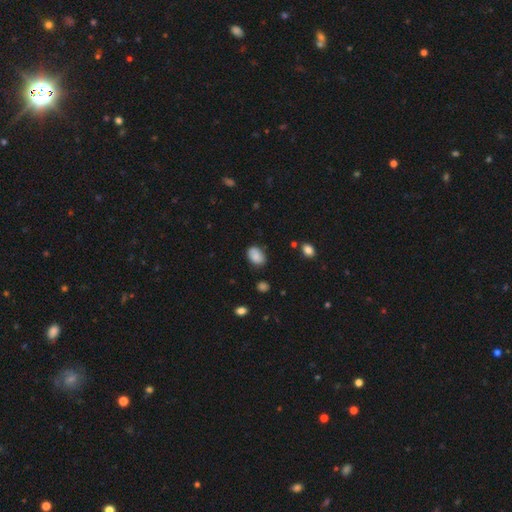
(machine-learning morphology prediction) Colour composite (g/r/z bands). It shows a smooth galaxy with no disk features (83%) that is in between round and cigar-shaped (82%). Merging: none (75%).